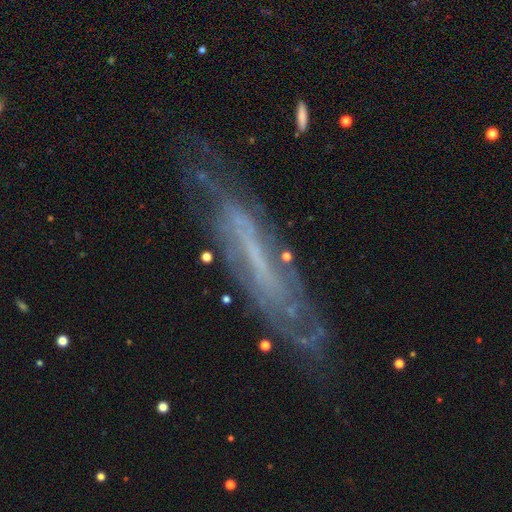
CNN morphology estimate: smooth_or_featured: featured or disk (p=0.69) [alt: smooth p=0.20]
disk_edge_on: yes (p=0.51) [alt: no p=0.49]
merging: none (p=0.68) [alt: minor disturbance p=0.21]